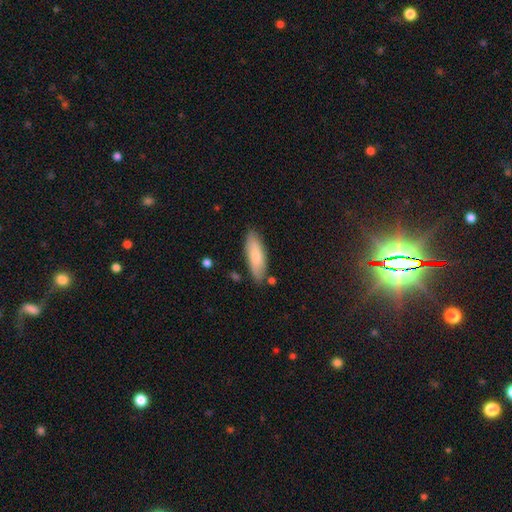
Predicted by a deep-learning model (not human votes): smooth_or_featured: smooth (p=0.79) [alt: featured or disk p=0.15]
how_rounded: in between (p=0.56) [alt: cigar-shaped p=0.43]
merging: none (p=0.81) [alt: minor disturbance p=0.14]